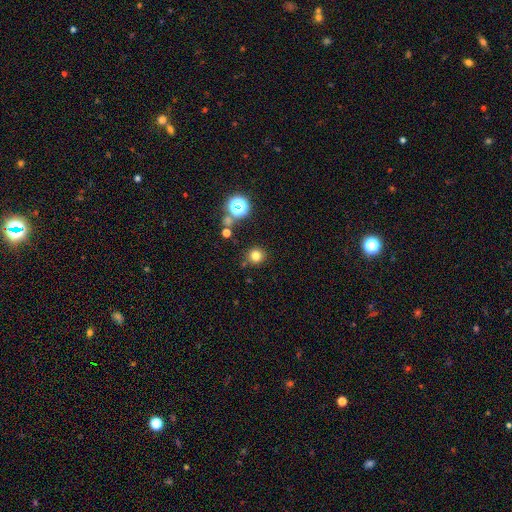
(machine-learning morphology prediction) Overall: smooth (76%). How rounded: round (93%). Merging: none (84%).